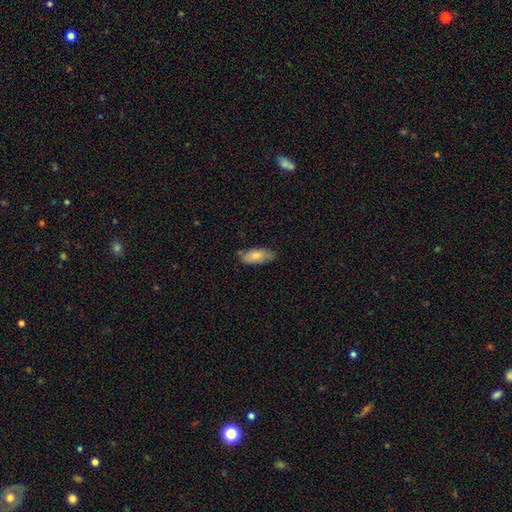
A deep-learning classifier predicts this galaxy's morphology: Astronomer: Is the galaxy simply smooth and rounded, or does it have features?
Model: smooth — 77%.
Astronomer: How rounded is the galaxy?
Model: in between — 85%.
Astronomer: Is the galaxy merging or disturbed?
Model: none — 72%.